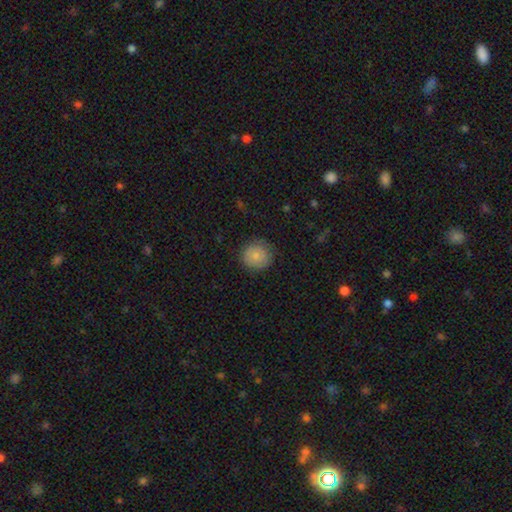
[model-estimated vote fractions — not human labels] Smooth or featured? Predicted: smooth (p=0.83). How rounded? Predicted: round (p=0.92). Merging? Predicted: none (p=0.82).